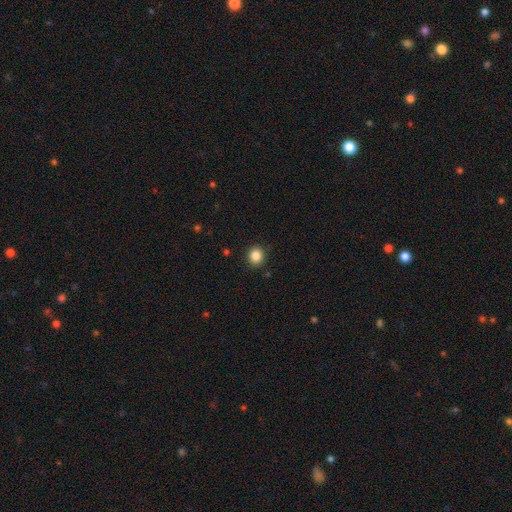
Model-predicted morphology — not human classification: type=smooth (86%); roundness=round (88%); merging=none (91%).